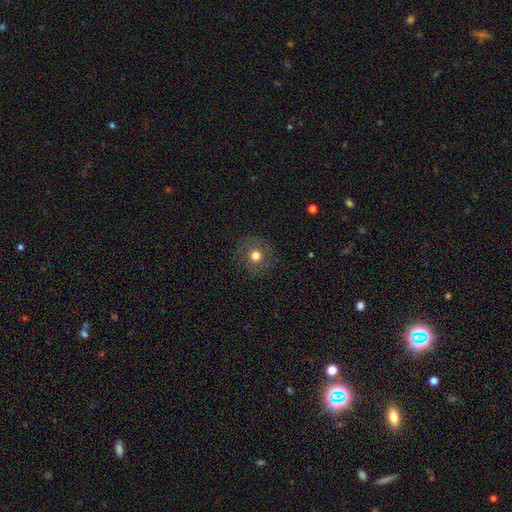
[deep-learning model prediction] This appears to be a smooth galaxy with no disk features (67%) that is round (91%). Merging: none (85%).